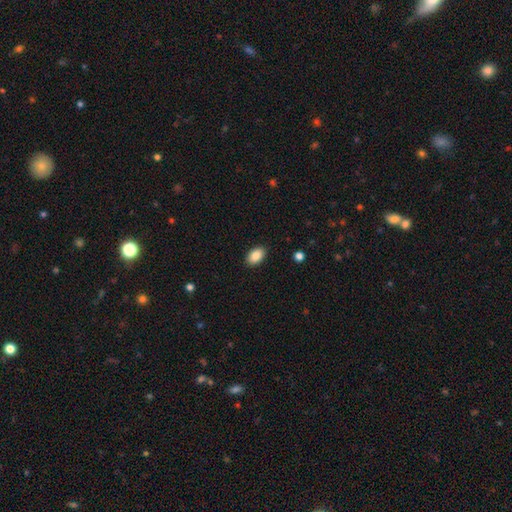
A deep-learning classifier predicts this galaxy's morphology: smooth_or_featured: smooth (p=0.88) [alt: star or artifact p=0.07]
how_rounded: in between (p=0.91) [alt: round p=0.08]
merging: none (p=0.89) [alt: minor disturbance p=0.08]